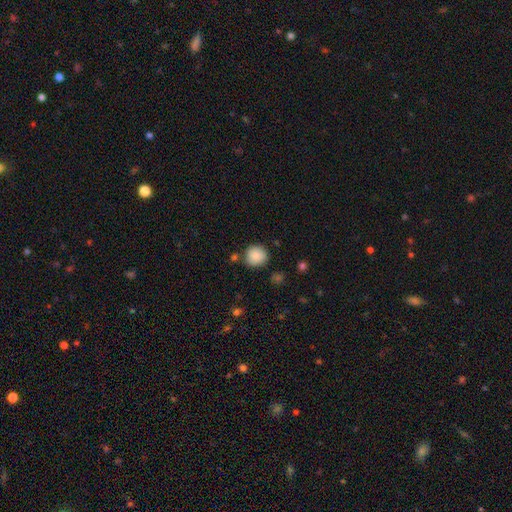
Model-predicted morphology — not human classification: Smooth or featured? Predicted: smooth (p=0.87). How rounded? Predicted: round (p=0.89). Merging? Predicted: none (p=0.80).